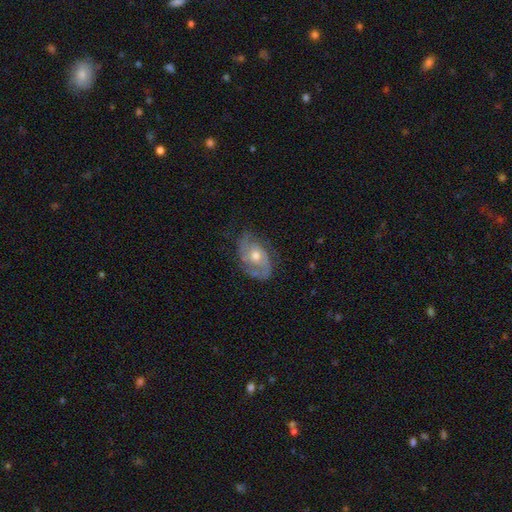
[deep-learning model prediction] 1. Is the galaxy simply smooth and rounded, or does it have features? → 83% featured or disk, 11% smooth, 6% star or artifact.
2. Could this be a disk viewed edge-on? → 96% no, 4% yes.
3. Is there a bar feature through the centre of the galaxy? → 71% no, 24% weak, 5% strong.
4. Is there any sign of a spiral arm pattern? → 93% yes, 7% no.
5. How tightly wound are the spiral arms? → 44% medium, 39% tight, 16% loose.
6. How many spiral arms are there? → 77% 2, 11% can't tell, 5% 3, 3% 1, 2% 4, 2% more than 4.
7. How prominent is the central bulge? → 67% moderate, 28% small, 3% large, 1% none, 1% dominant.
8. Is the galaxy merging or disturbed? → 72% none, 19% minor disturbance, 7% major disturbance, 1% merger.